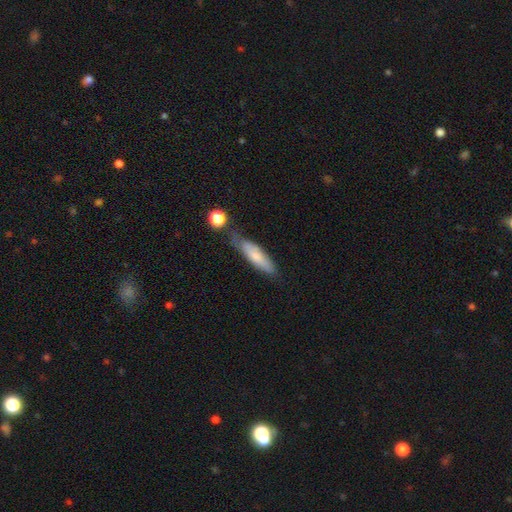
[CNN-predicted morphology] A smooth galaxy with no disk features (70%) that is cigar-shaped (67%). Merging: none (52%).